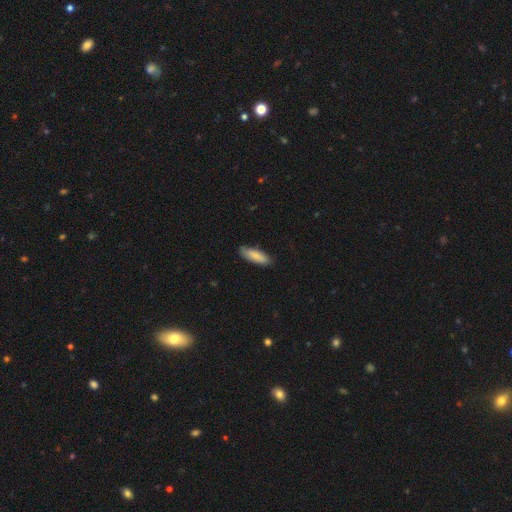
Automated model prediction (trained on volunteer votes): This appears to be a smooth galaxy with no disk features (83%) that is in between round and cigar-shaped (53%). Merging: none (79%).